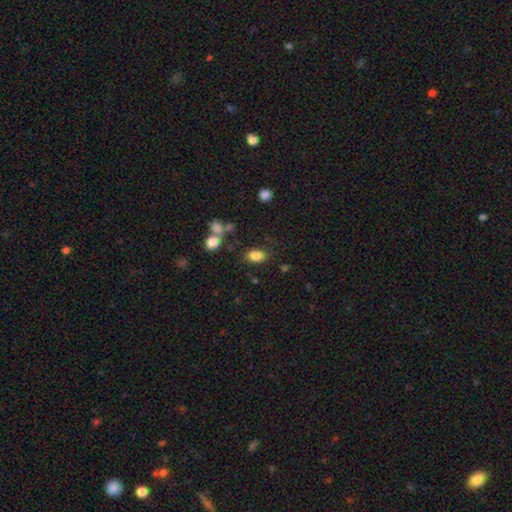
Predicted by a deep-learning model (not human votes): Smooth or featured: smooth — 84% (star or artifact — 10%)
How rounded: in between — 85% (round — 13%)
Merging: none — 76% (minor disturbance — 14%)